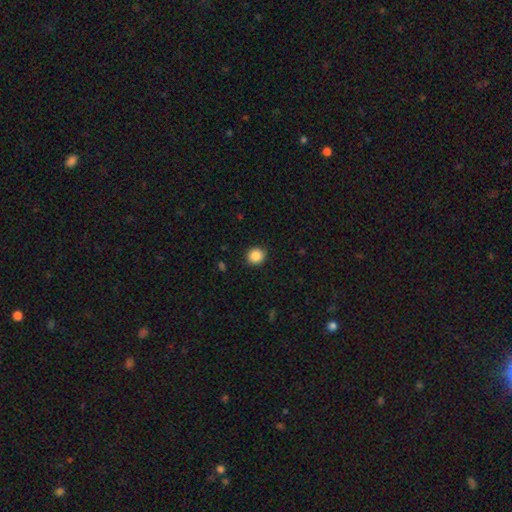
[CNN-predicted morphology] Overall: smooth (87%). How rounded: round (87%). Merging: none (92%).